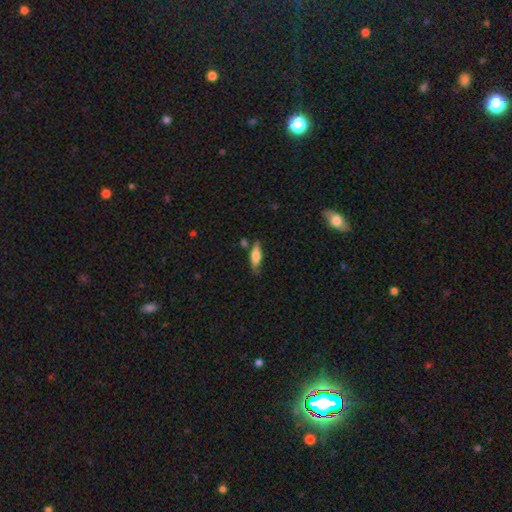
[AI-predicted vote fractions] This appears to be a smooth galaxy with no disk features (61%) that is cigar-shaped (53%). Merging: none (73%).